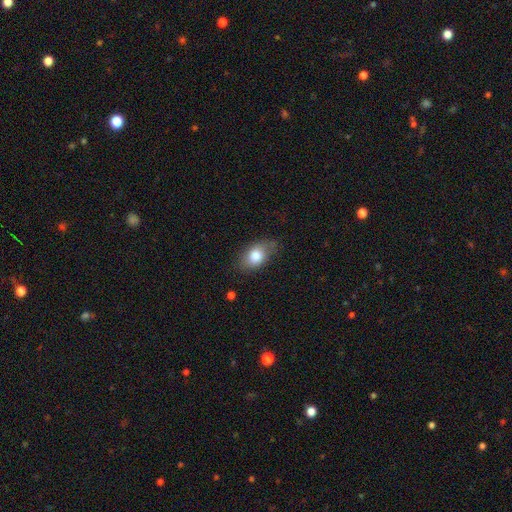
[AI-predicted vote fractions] Smooth or featured? Predicted: smooth (p=0.80). How rounded? Predicted: in between (p=0.85). Merging? Predicted: none (p=0.69).